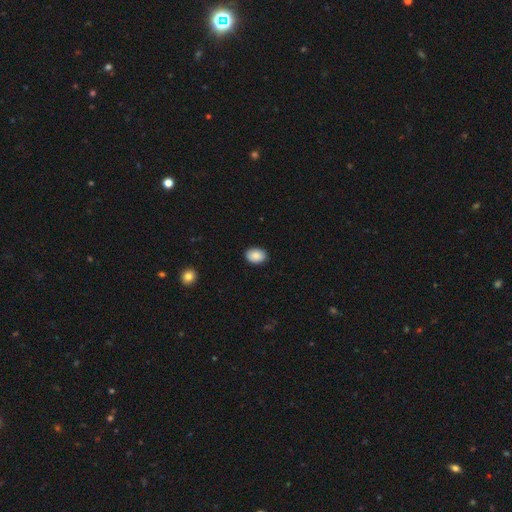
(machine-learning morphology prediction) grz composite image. It shows a smooth galaxy with no disk features (89%) that is in between round and cigar-shaped (74%). Merging: none (89%).